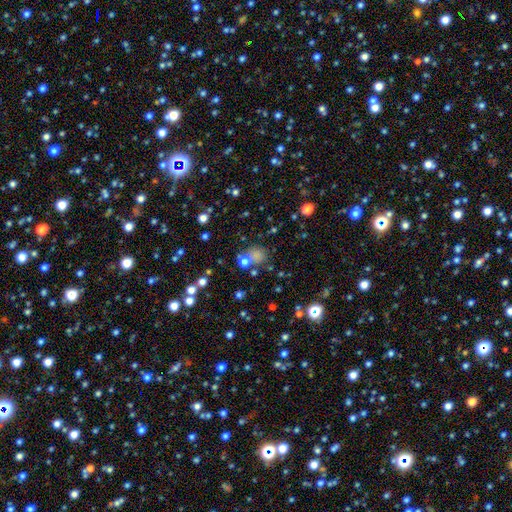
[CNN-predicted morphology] smooth_or_featured: smooth (p=0.66) [alt: star or artifact p=0.24]
how_rounded: round (p=0.71) [alt: in between p=0.28]
merging: none (p=0.57) [alt: merger p=0.17]